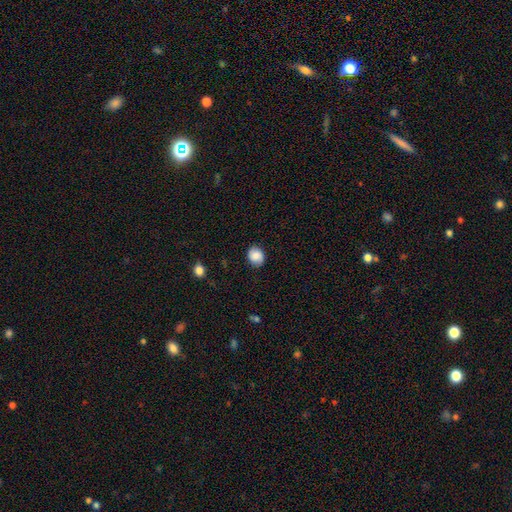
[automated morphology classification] Smooth or featured? Predicted: smooth (p=0.79). How rounded? Predicted: round (p=0.66). Merging? Predicted: none (p=0.83).